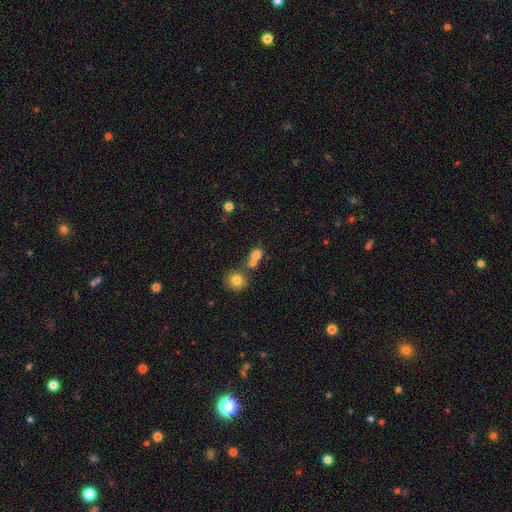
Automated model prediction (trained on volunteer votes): Smooth or featured? smooth (76%)
How rounded? round (54%)
Merging? merger (50%)